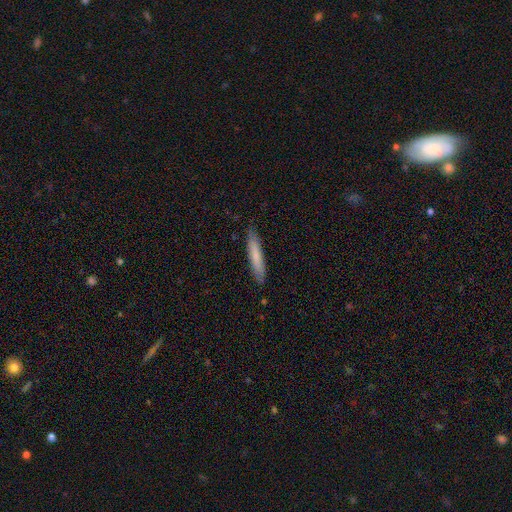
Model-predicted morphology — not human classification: smooth-or-featured: smooth: 73% | featured or disk: 22% | star or artifact: 5%
  how-rounded: cigar-shaped: 92% | in between: 7% | round: 1%
  merging: none: 86% | minor disturbance: 11% | major disturbance: 2% | merger: 1%